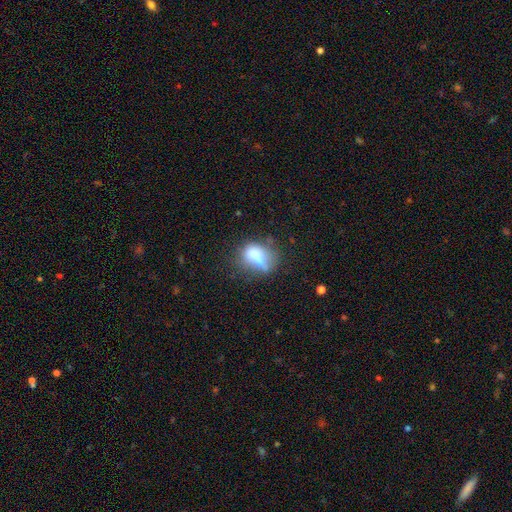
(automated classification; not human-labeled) A smooth galaxy with no disk features (60%) that is in between round and cigar-shaped (65%).

Vote fractions:
- Smooth or featured? smooth: 60% / featured or disk: 28% / star or artifact: 12%
- How rounded? in between: 65% / round: 26% / cigar-shaped: 9%
- Merging? none: 35% / minor disturbance: 23% / major disturbance: 21% / merger: 21%